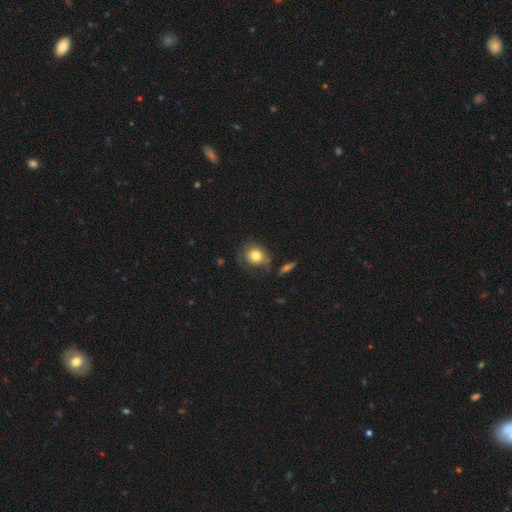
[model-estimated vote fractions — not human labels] Morphology: type=smooth (77%); roundness=round (70%); merging=none (64%).